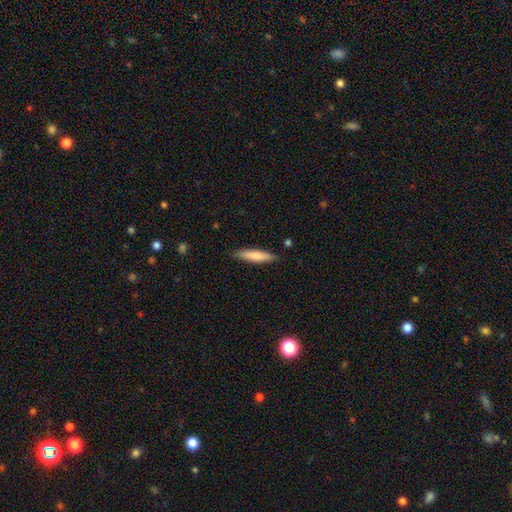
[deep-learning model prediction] The model was most divided on "smooth or featured": smooth: 78%, featured or disk: 17%, star or artifact: 5%. More confident: merging — none (86%); how rounded — cigar-shaped (83%).